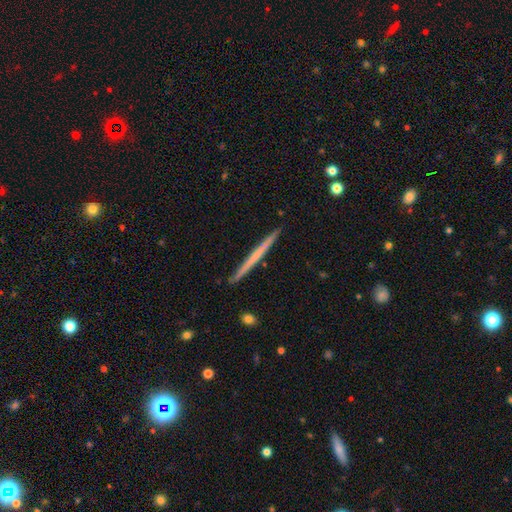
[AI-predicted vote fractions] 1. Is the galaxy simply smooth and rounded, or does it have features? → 48% featured or disk, 46% smooth, 5% star or artifact.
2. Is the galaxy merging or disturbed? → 92% none, 6% minor disturbance, 1% merger, 1% major disturbance.